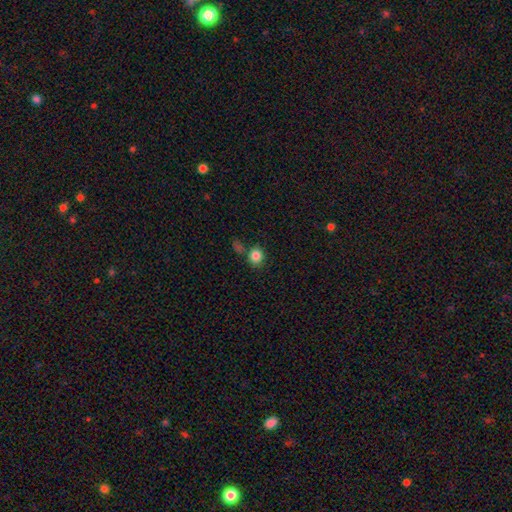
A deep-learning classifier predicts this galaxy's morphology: smooth 84%, star or artifact 11%, featured or disk 6%. Down the decision tree: how rounded — round (80%); merging — none (72%).